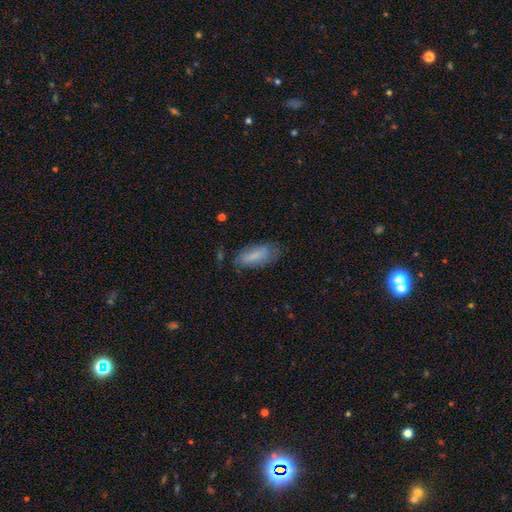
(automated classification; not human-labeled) Q: Smooth or featured?
A: smooth (72%); runner-up: featured or disk (20%)
Q: How rounded?
A: in between (77%); runner-up: cigar-shaped (21%)
Q: Merging?
A: none (62%); runner-up: minor disturbance (27%)